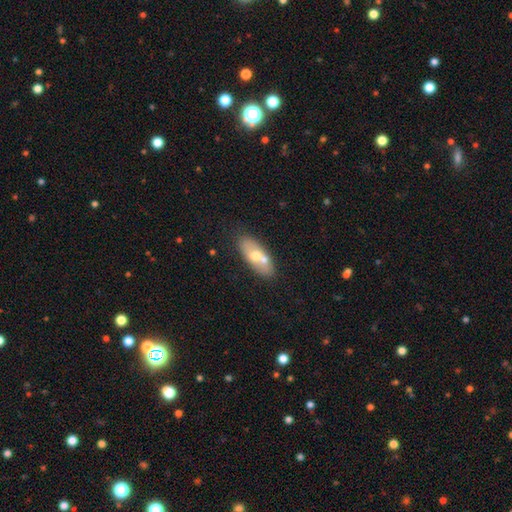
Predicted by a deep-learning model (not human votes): The model was most divided on "smooth or featured": smooth: 57%, featured or disk: 36%, star or artifact: 7%. More confident: how rounded — in between (80%); merging — none (55%).